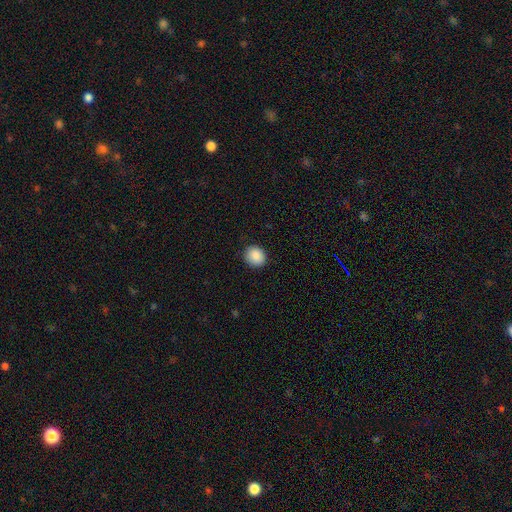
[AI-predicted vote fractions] Morphology: type=smooth (88%); roundness=round (79%); merging=none (89%).